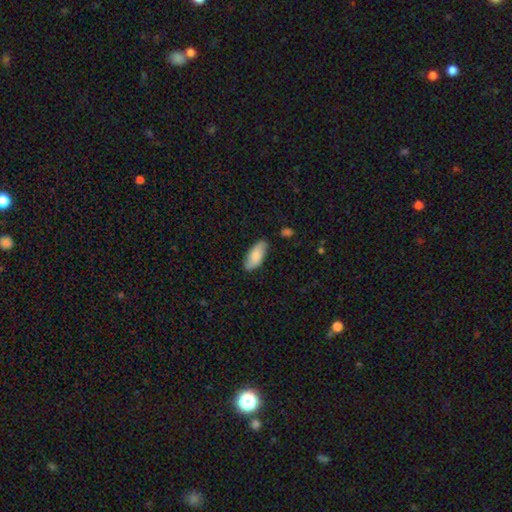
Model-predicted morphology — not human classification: Overall: smooth (79%). How rounded: in between (86%). Merging: none (78%).